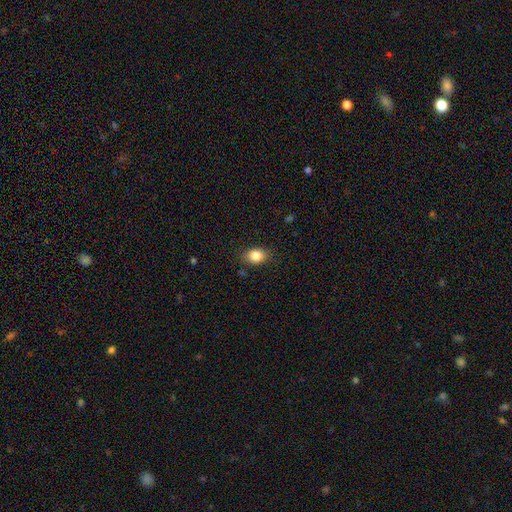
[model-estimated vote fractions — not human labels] A smooth galaxy with no disk features (85%) that is in between round and cigar-shaped (72%).

Vote fractions:
- Smooth or featured? smooth: 85% / star or artifact: 9% / featured or disk: 6%
- How rounded? in between: 72% / round: 27% / cigar-shaped: 1%
- Merging? none: 84% / minor disturbance: 12% / major disturbance: 3% / merger: 1%